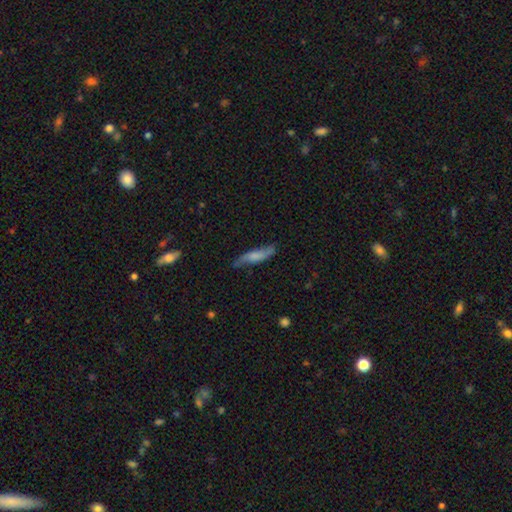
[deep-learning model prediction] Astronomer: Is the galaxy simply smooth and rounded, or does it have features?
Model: smooth — 50% (runner-up: featured or disk, 43%).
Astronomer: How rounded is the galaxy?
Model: cigar-shaped — 71%.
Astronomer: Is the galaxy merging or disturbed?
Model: none — 69%.